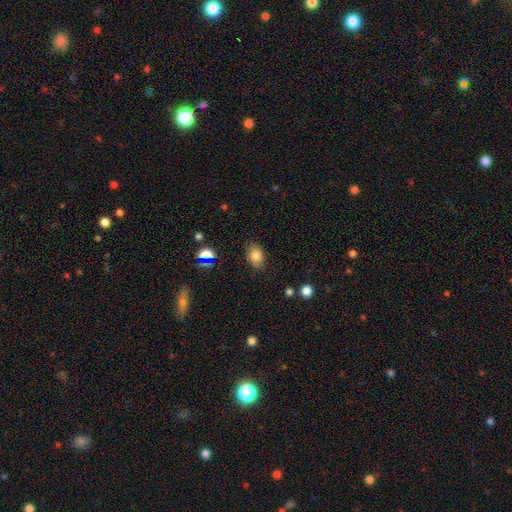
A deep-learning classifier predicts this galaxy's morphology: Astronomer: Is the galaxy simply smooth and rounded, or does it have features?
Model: smooth — 82%.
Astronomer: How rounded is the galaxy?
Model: in between — 78%.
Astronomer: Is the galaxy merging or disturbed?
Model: none — 80%.